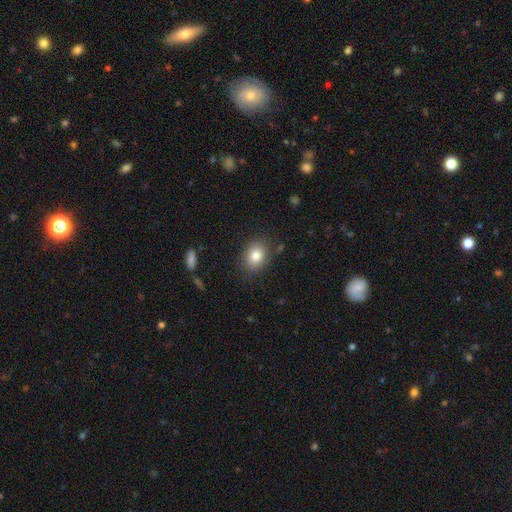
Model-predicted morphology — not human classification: smooth_or_featured: smooth (p=0.82) [alt: star or artifact p=0.09]
how_rounded: in between (p=0.60) [alt: round p=0.39]
merging: none (p=0.85) [alt: minor disturbance p=0.11]